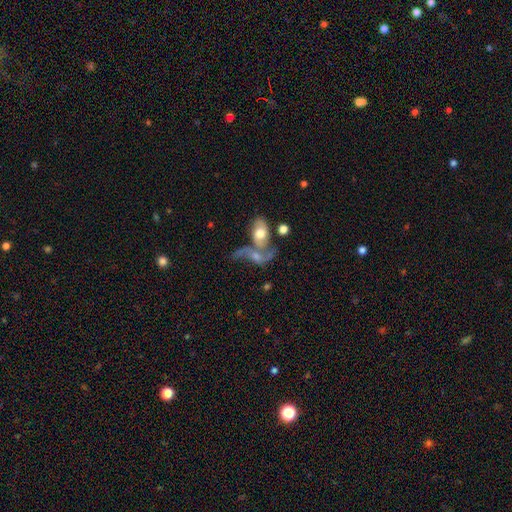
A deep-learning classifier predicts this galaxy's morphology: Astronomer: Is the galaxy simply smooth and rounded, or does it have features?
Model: featured or disk — 58%.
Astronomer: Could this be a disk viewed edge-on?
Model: no — 92%.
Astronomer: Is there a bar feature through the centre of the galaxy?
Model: no — 73%.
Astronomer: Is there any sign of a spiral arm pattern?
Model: yes — 66%.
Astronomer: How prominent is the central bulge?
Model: moderate — 53%.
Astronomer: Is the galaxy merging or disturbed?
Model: merger — 61%.